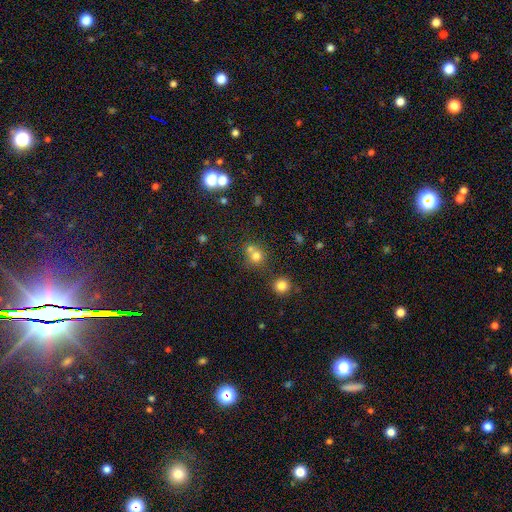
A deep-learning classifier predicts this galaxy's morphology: Smooth or featured: smooth — 72% (star or artifact — 16%)
How rounded: round — 85% (in between — 14%)
Merging: none — 46% (merger — 44%)